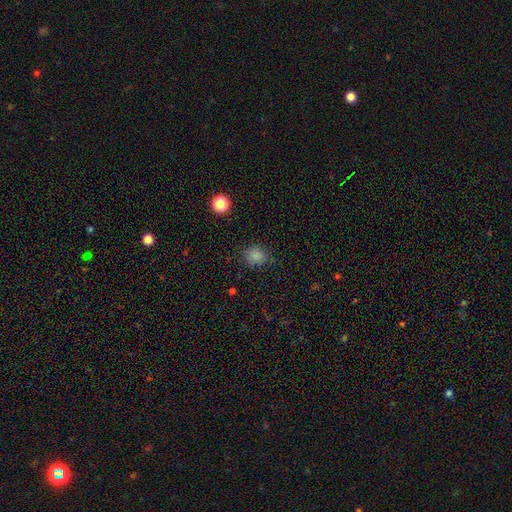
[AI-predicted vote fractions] Smooth or featured: smooth — 82% (star or artifact — 14%)
How rounded: round — 76% (in between — 23%)
Merging: none — 81% (minor disturbance — 14%)